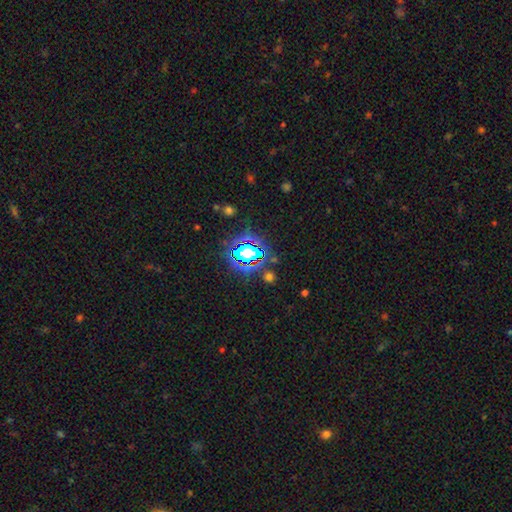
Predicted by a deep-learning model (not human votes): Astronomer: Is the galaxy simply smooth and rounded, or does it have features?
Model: star or artifact — 65%.